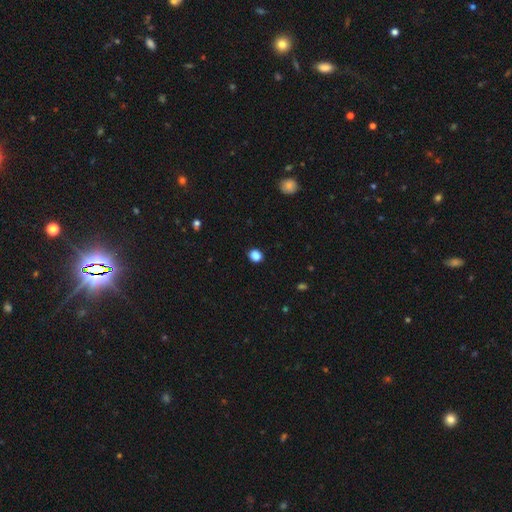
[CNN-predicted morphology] Overall: smooth (86%). How rounded: round (68%; in between 31%). Merging: none (89%).